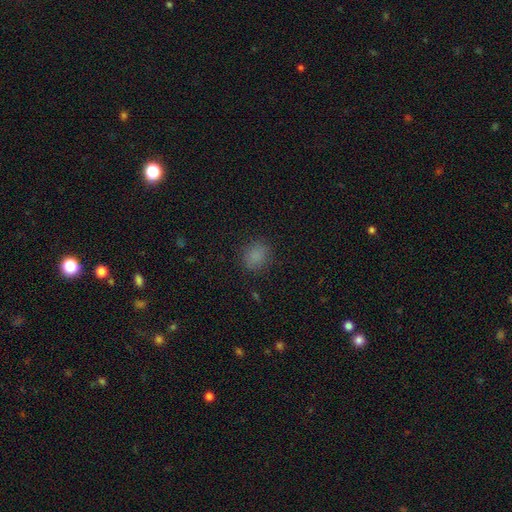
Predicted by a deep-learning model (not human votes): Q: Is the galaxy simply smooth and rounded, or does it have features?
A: smooth — 83%.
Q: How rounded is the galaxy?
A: round — 69%.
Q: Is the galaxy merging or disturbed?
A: none — 85%.